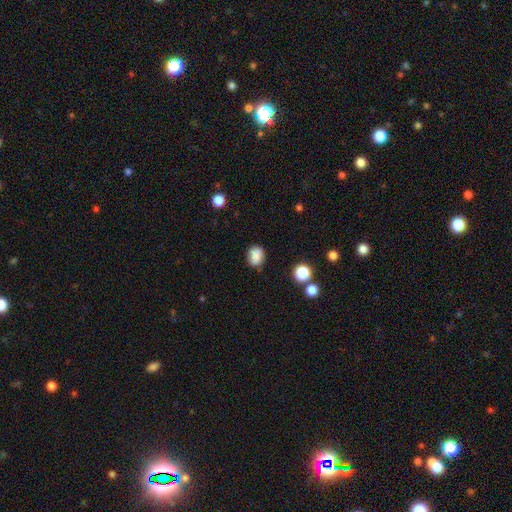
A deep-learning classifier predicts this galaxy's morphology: A smooth galaxy with no disk features (83%) that is in between round and cigar-shaped (51%).

Vote fractions:
- Smooth or featured? smooth: 83% / star or artifact: 10% / featured or disk: 7%
- How rounded? in between: 51% / round: 48% / cigar-shaped: 1%
- Merging? none: 75% / minor disturbance: 19% / major disturbance: 4% / merger: 3%